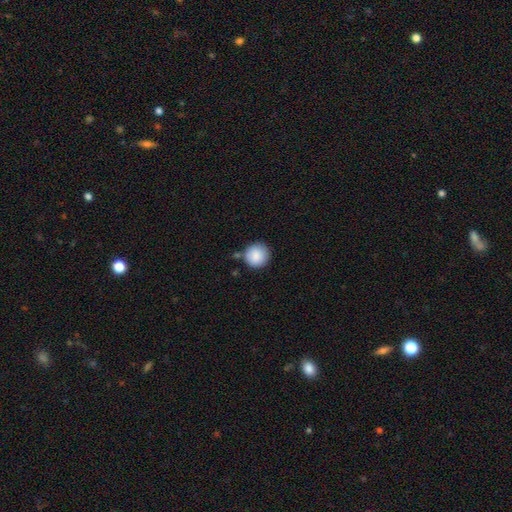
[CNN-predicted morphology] This appears to be a smooth galaxy with no disk features (89%) that is round (94%). Merging: none (78%).